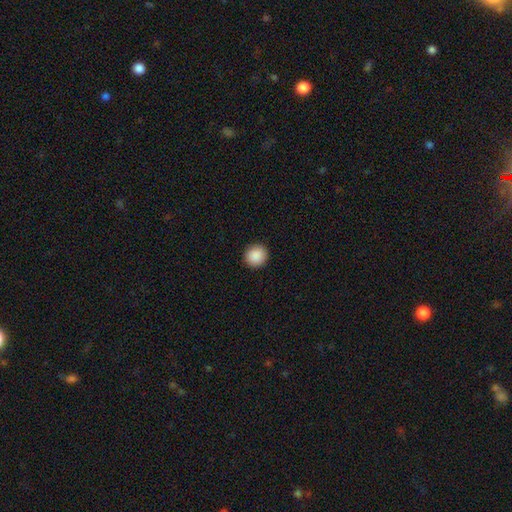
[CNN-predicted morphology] smooth_or_featured: smooth (p=0.90) [alt: star or artifact p=0.08]
how_rounded: round (p=0.91) [alt: in between p=0.08]
merging: none (p=0.92) [alt: minor disturbance p=0.05]